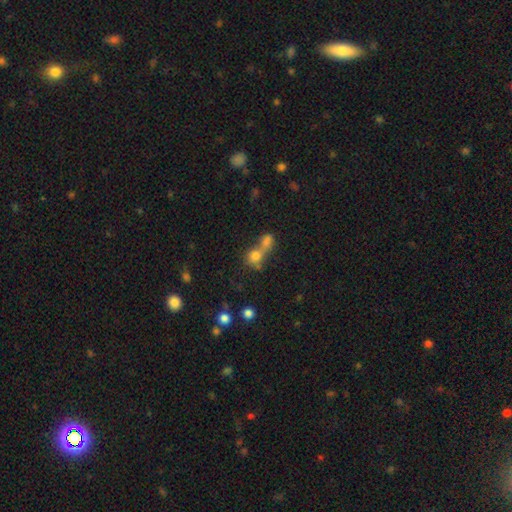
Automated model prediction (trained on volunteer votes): Morphology: type=smooth (73%); roundness=round (72%); merging=merger (64%).